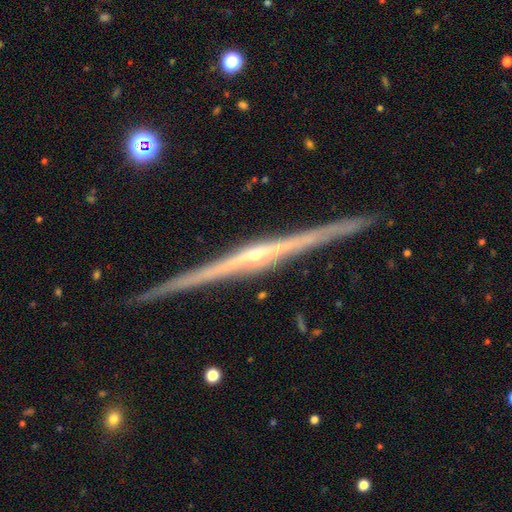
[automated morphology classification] This appears to be a featured or disk galaxy (89%) viewed edge-on (99%) with a rounded central bulge (66%). Merging: none (92%).